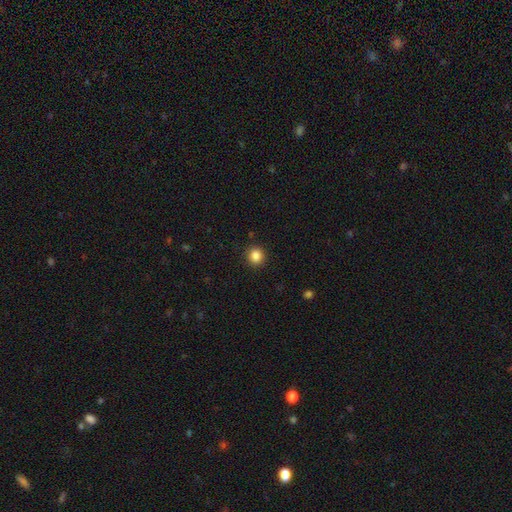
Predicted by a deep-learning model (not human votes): This appears to be a smooth galaxy with no disk features (86%) that is round (88%). Merging: none (91%).